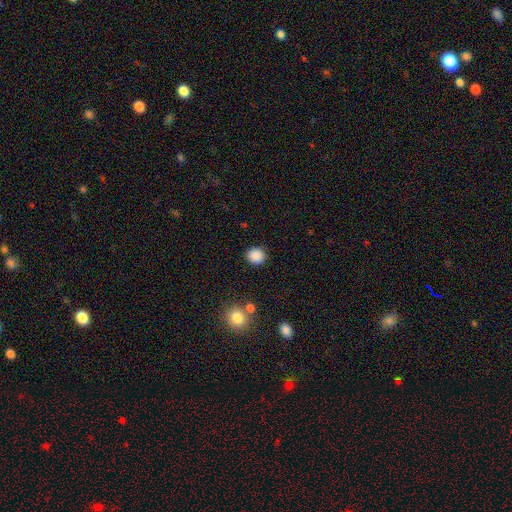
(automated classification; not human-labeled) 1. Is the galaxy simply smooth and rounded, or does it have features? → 88% smooth, 9% star or artifact, 3% featured or disk.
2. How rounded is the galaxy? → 84% round, 15% in between, 1% cigar-shaped.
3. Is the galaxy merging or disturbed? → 88% none, 7% minor disturbance, 3% major disturbance, 2% merger.